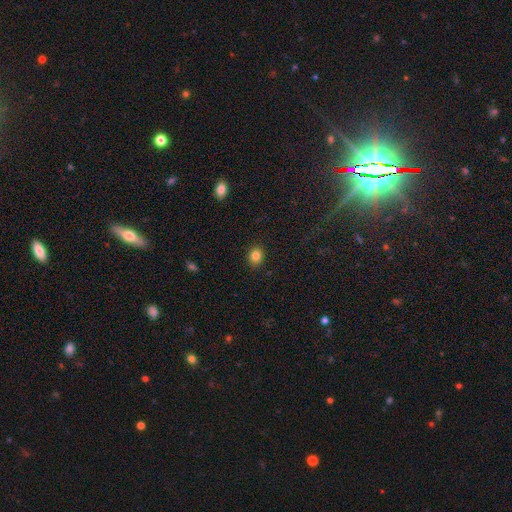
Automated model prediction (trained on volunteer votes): This is clearly a smooth galaxy (83%). How rounded: likely round (67%). Merging: clearly none (91%).